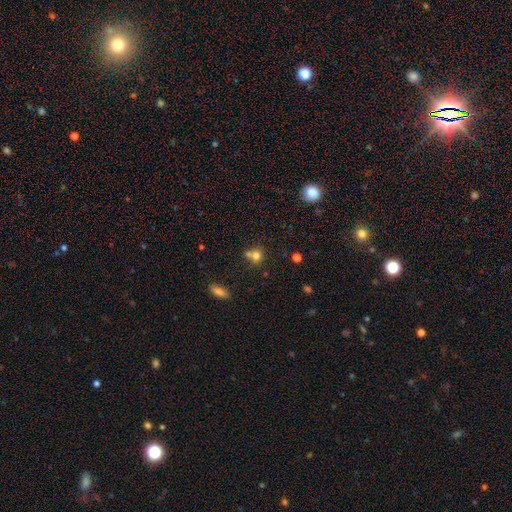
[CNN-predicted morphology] This is likely a smooth galaxy (75%). How rounded: likely round (79%). Merging: possibly none (46%).